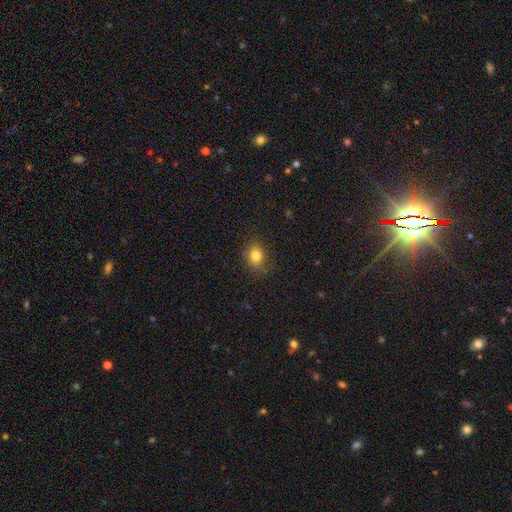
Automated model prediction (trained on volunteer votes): This is clearly a smooth galaxy (81%). How rounded: possibly in between (54%). Merging: clearly none (83%).